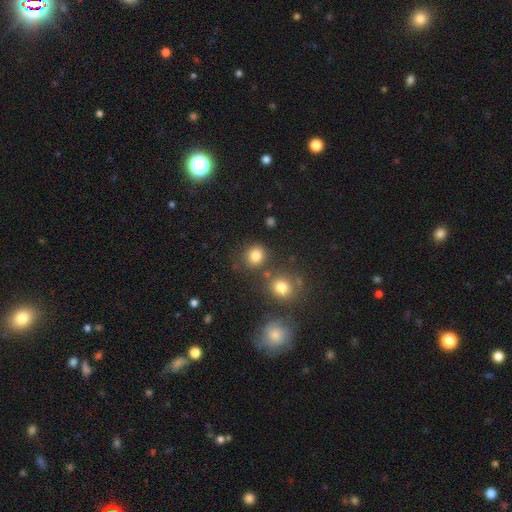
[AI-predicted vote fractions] Smooth or featured?
  - smooth: 81% *
  - star or artifact: 14%
  - featured or disk: 5%
How rounded?
  - round: 81% *
  - in between: 17%
  - cigar-shaped: 1%
Merging?
  - none: 76% *
  - merger: 11%
  - minor disturbance: 10%
  - major disturbance: 4%